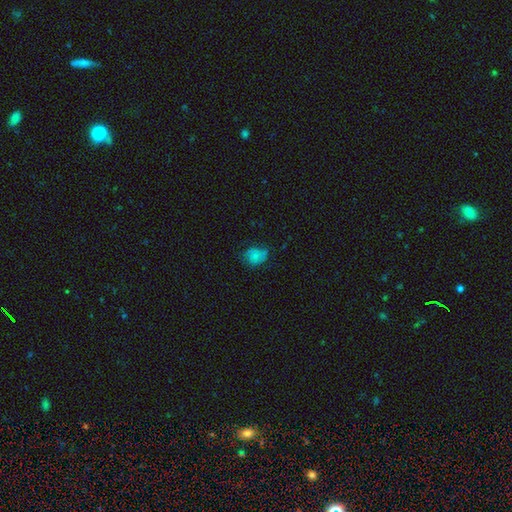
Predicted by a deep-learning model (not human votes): A smooth galaxy with no disk features (65%) that is round (50%).

Vote fractions:
- Smooth or featured? smooth: 65% / featured or disk: 25% / star or artifact: 10%
- How rounded? round: 50% / in between: 49% / cigar-shaped: 1%
- Merging? none: 50% / minor disturbance: 35% / major disturbance: 13% / merger: 2%